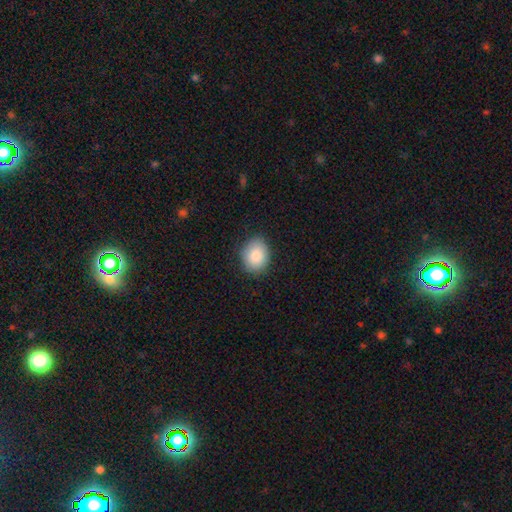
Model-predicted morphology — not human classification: A smooth galaxy with no disk features (86%) that is round (53%).

Vote fractions:
- Smooth or featured? smooth: 86% / star or artifact: 7% / featured or disk: 7%
- How rounded? round: 53% / in between: 47% / cigar-shaped: 1%
- Merging? none: 85% / minor disturbance: 12% / major disturbance: 3% / merger: 1%